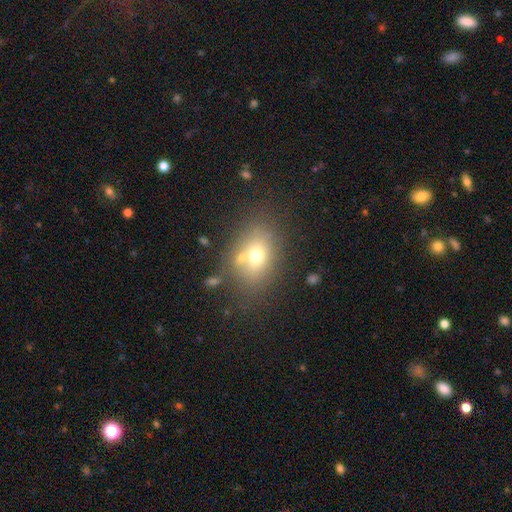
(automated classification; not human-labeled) Smooth or featured? Predicted: smooth (p=0.67). How rounded? Predicted: in between (p=0.63). Merging? Predicted: none (p=0.63).